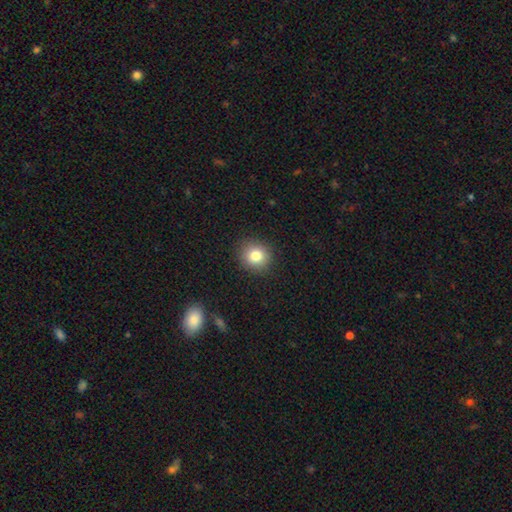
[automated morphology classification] Q: Smooth or featured?
A: smooth (81%); runner-up: star or artifact (11%)
Q: How rounded?
A: round (86%); runner-up: in between (13%)
Q: Merging?
A: none (89%); runner-up: minor disturbance (7%)